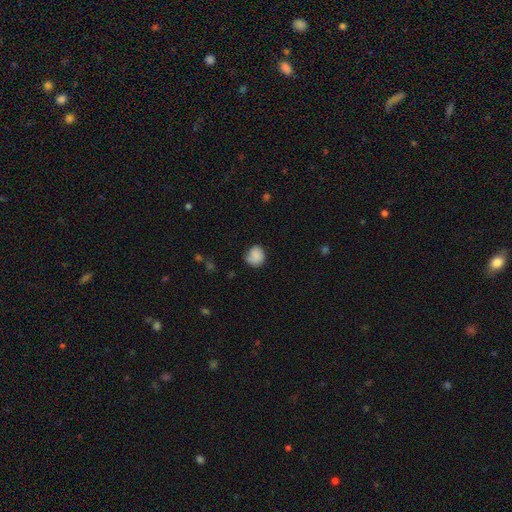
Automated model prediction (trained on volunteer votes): Overall: smooth (78%). How rounded: round (71%). Merging: none (62%; minor disturbance 27%).